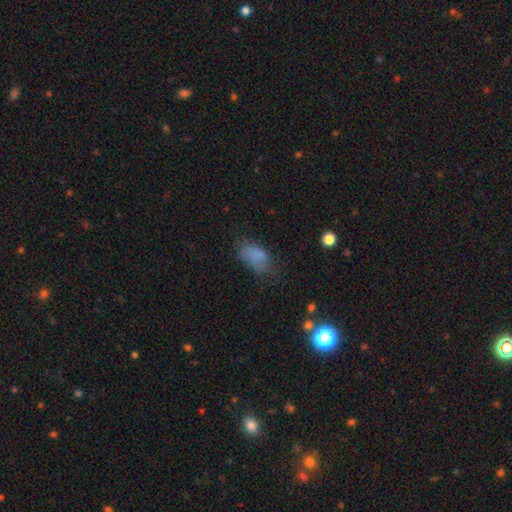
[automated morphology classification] Smooth or featured?
  - smooth: 76% *
  - featured or disk: 12%
  - star or artifact: 11%
How rounded?
  - in between: 91% *
  - round: 5%
  - cigar-shaped: 4%
Merging?
  - none: 52% *
  - minor disturbance: 29%
  - major disturbance: 16%
  - merger: 3%